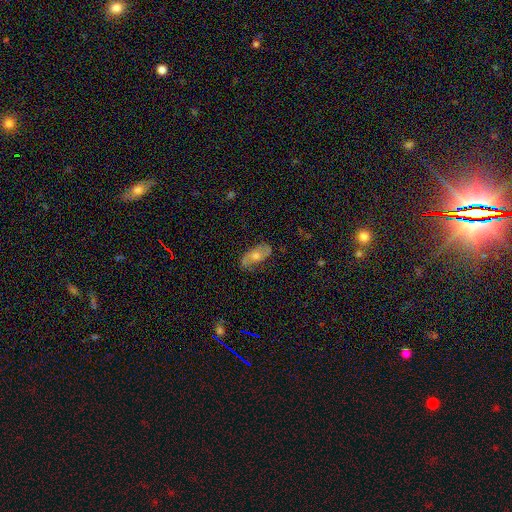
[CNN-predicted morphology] Overall: featured or disk (62%; smooth 27%). Edge-on disk: no (90%). Bar: no (68%). Spiral arms: yes (84%). Bulge size: moderate (68%). Merging: none (77%).